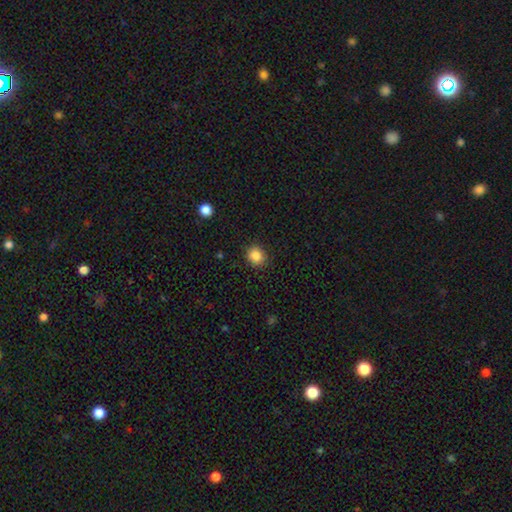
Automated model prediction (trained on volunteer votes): Smooth or featured?
  - smooth: 86% *
  - star or artifact: 10%
  - featured or disk: 4%
How rounded?
  - round: 77% *
  - in between: 22%
  - cigar-shaped: 1%
Merging?
  - none: 88% *
  - minor disturbance: 9%
  - major disturbance: 2%
  - merger: 1%